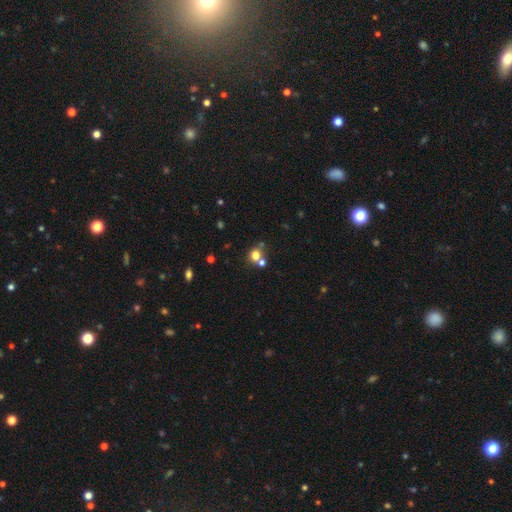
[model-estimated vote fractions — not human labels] Overall: smooth (73%). How rounded: round (81%). Merging: none (54%; merger 34%).